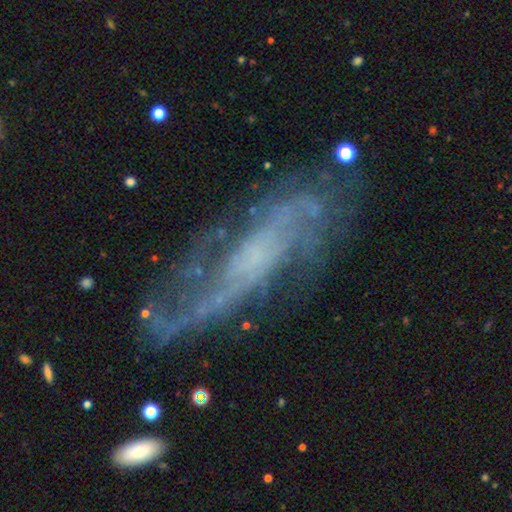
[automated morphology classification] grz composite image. It shows a featured or disk galaxy (82%) with no bar (54%), 2 (49%) medium (40%) spiral arms (92%) and a small central bulge (41%). Merging: none (64%).